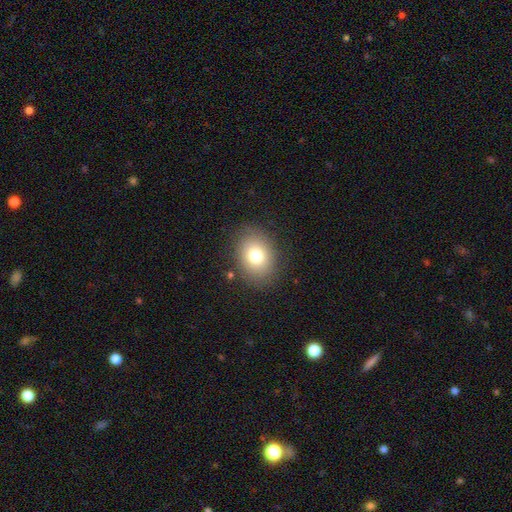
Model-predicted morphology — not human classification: Smooth or featured? Predicted: smooth (p=0.77). How rounded? Predicted: in between (p=0.61). Merging? Predicted: none (p=0.85).